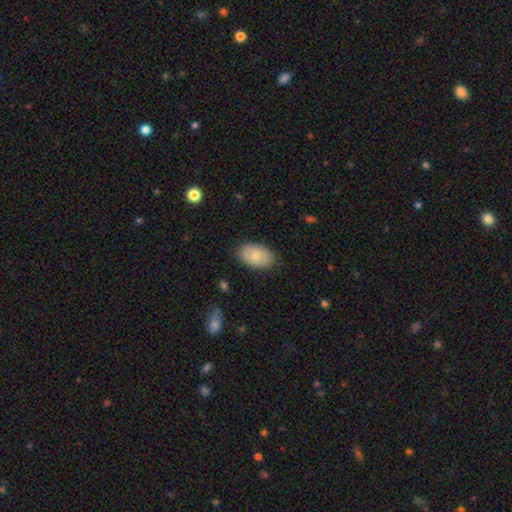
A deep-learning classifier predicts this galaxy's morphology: A smooth galaxy with no disk features (72%) that is in between round and cigar-shaped (91%). Merging: none (84%).